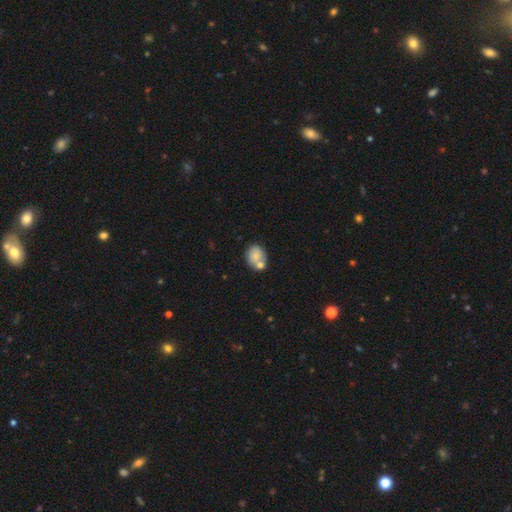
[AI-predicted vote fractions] smooth_or_featured: smooth (p=0.74) [alt: featured or disk p=0.18]
how_rounded: round (p=0.55) [alt: in between p=0.44]
merging: none (p=0.45) [alt: merger p=0.36]